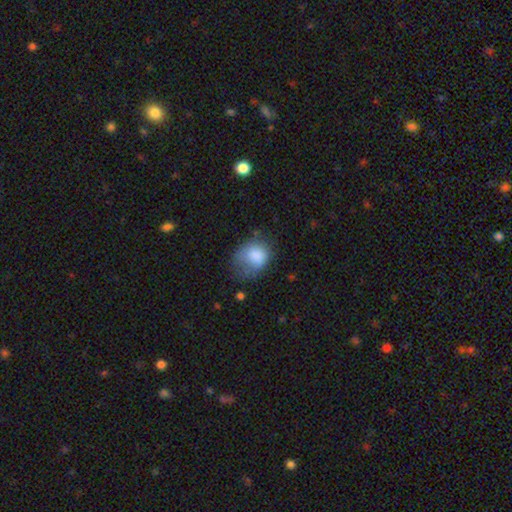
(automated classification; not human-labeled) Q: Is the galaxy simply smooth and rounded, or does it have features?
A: smooth — 80%.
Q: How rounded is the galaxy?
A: in between — 53%.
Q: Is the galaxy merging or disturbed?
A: minor disturbance — 35%.